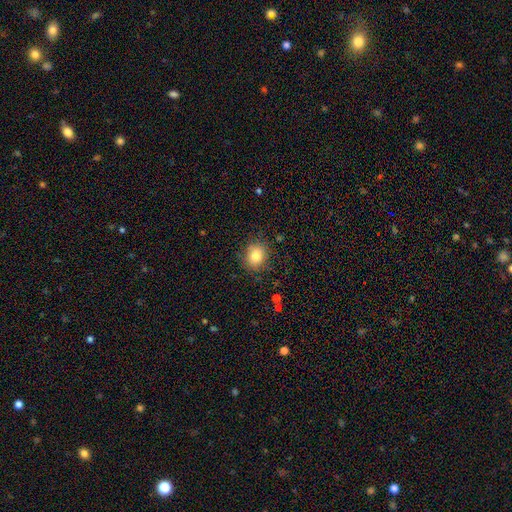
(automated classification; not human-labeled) Smooth or featured?
  - smooth: 81% *
  - star or artifact: 11%
  - featured or disk: 8%
How rounded?
  - round: 66% *
  - in between: 33%
  - cigar-shaped: 1%
Merging?
  - none: 85% *
  - minor disturbance: 11%
  - major disturbance: 3%
  - merger: 1%